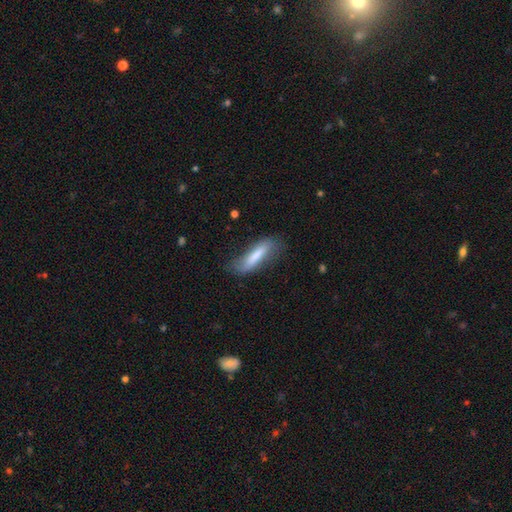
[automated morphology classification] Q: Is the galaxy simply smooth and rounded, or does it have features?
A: smooth — 70%.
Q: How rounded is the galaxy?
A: cigar-shaped — 72%.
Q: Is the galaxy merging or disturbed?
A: none — 62%.